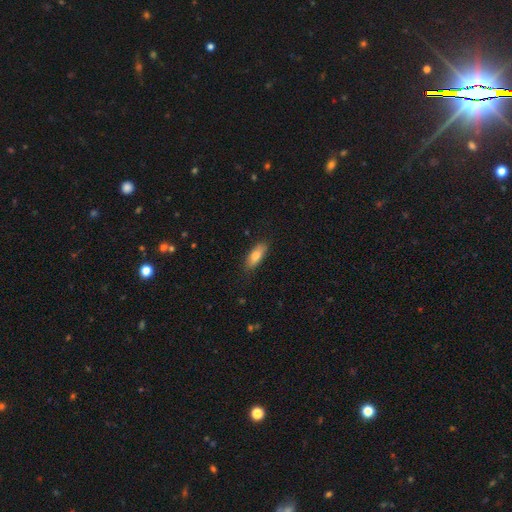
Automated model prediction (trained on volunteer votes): smooth-or-featured: smooth: 77% | featured or disk: 16% | star or artifact: 7%
  how-rounded: in between: 72% | cigar-shaped: 25% | round: 2%
  merging: none: 84% | minor disturbance: 13% | major disturbance: 2% | merger: 1%